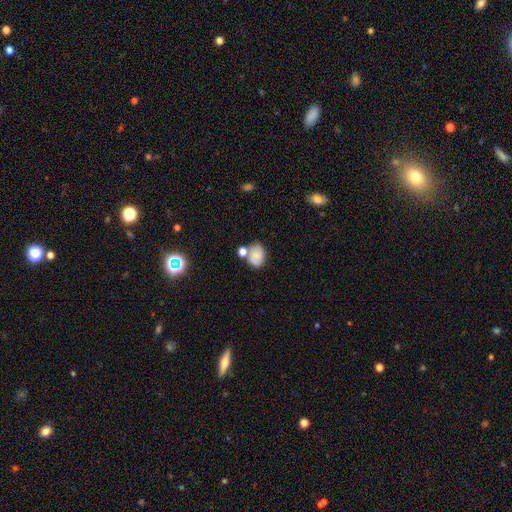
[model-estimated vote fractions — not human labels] This appears to be a smooth galaxy with no disk features (78%) that is in between round and cigar-shaped (62%). Merging: none (49%).